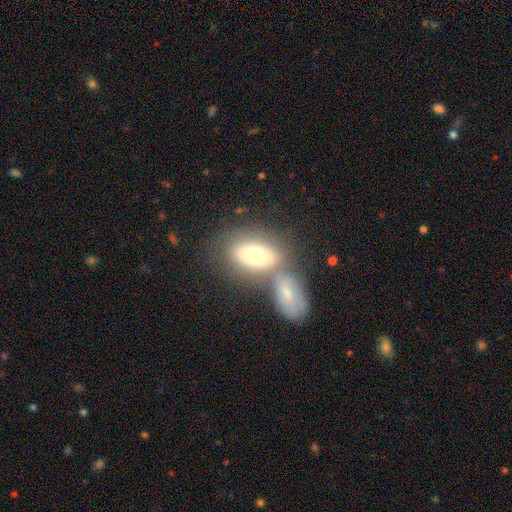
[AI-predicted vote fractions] A smooth galaxy with no disk features (64%) that is in between round and cigar-shaped (85%). Merging: merger (53%).